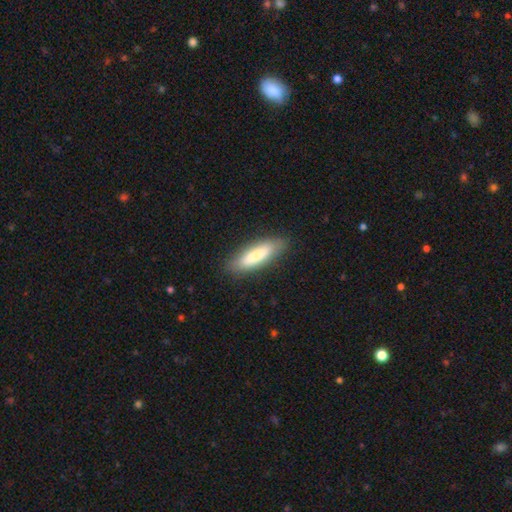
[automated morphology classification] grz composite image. It shows a smooth galaxy with no disk features (78%) that is cigar-shaped (56%). Merging: none (86%).